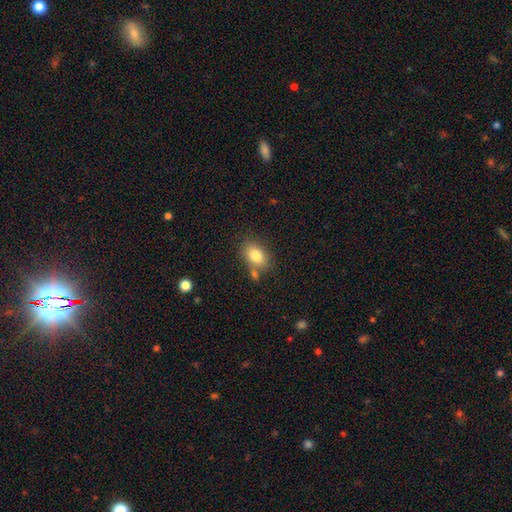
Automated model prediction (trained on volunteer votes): The model was most divided on "merging": none: 65%, minor disturbance: 16%, merger: 14%, major disturbance: 5%. More confident: how rounded — in between (84%); smooth or featured — smooth (81%).